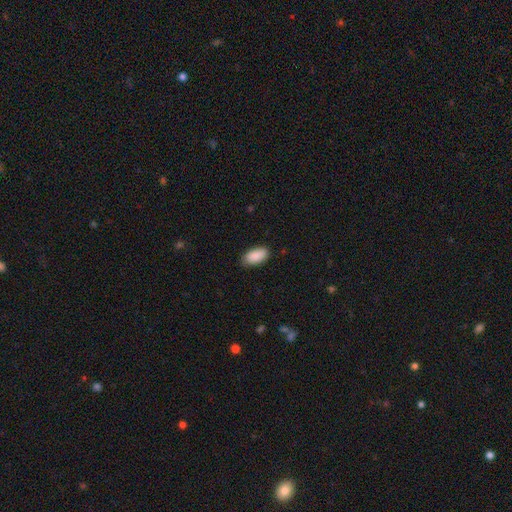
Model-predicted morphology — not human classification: The model was most divided on "merging": none: 85%, minor disturbance: 12%, major disturbance: 2%, merger: 1%. More confident: how rounded — in between (94%); smooth or featured — smooth (90%).